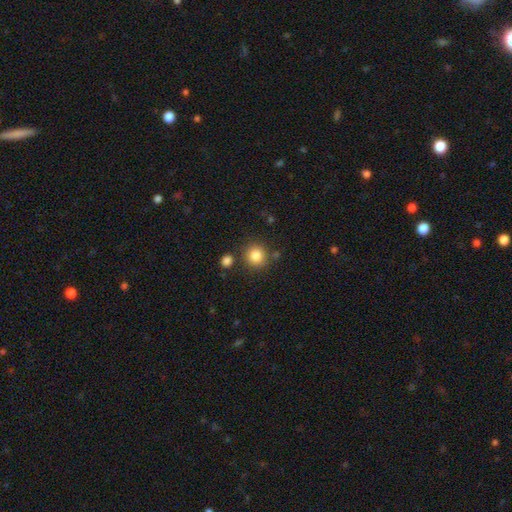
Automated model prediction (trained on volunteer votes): Morphology: type=smooth (84%); roundness=round (90%); merging=none (81%).